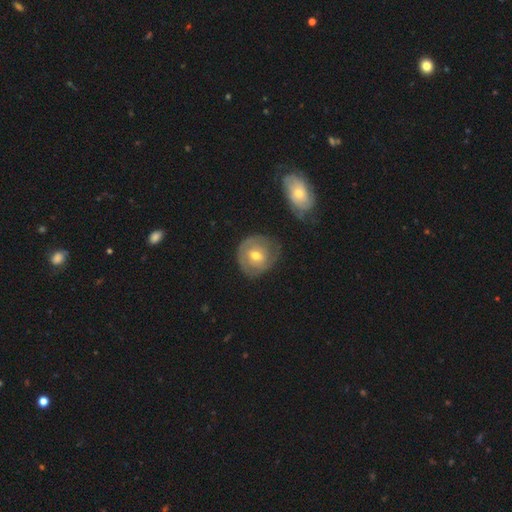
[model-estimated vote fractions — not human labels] A featured or disk galaxy (54%) with no bar (53%), spiral arms (62%) and a moderate central bulge (68%).

Vote fractions:
- Smooth or featured? featured or disk: 54% / smooth: 40% / star or artifact: 6%
- Edge-on disk? no: 96% / yes: 4%
- Bar? no: 53% / weak: 38% / strong: 9%
- Spiral arms? yes: 62% / no: 38%
- Bulge size? moderate: 68% / small: 26% / large: 4% / none: 1% / dominant: 1%
- Merging? none: 64% / minor disturbance: 23% / major disturbance: 9% / merger: 3%